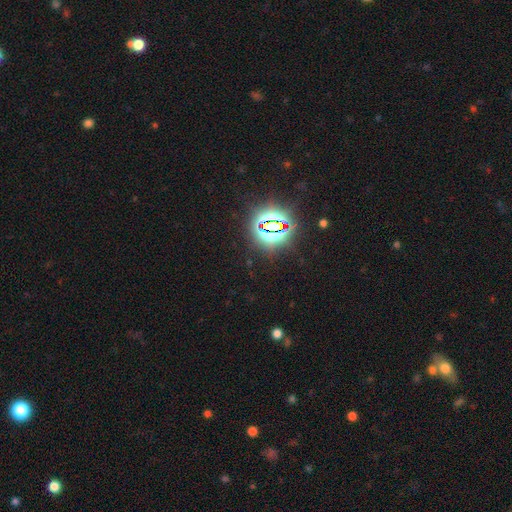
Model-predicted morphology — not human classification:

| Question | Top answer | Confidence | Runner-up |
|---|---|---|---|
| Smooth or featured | star or artifact | 84% | smooth (10%) |